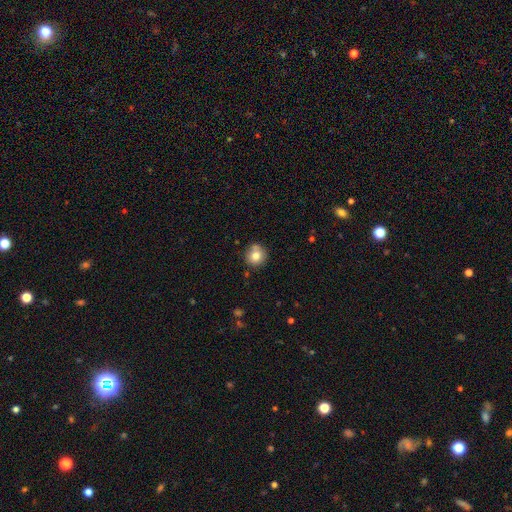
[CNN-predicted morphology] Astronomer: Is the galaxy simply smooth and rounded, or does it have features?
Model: smooth — 78%.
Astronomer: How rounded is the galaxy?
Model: round — 92%.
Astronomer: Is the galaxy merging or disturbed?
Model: none — 74%.